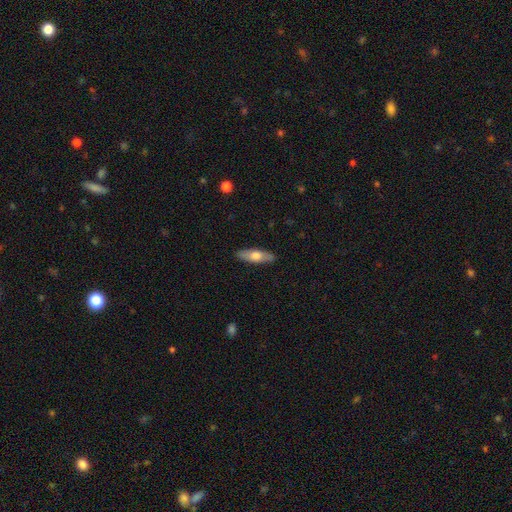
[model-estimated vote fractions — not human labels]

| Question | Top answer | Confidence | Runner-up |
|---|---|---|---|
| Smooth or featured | smooth | 63% | featured or disk (31%) |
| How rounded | in between | 51% | cigar-shaped (47%) |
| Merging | none | 89% | minor disturbance (8%) |